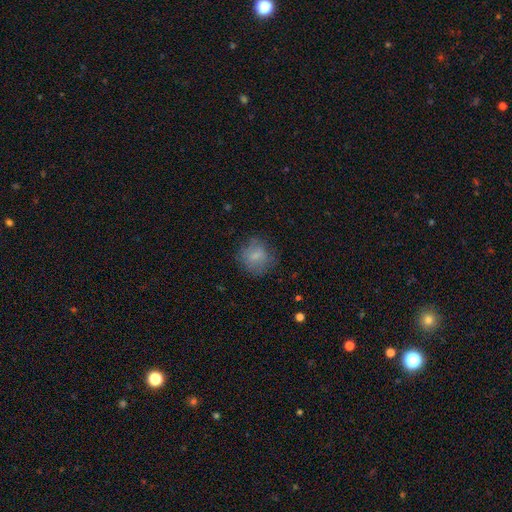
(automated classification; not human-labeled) Q: Smooth or featured?
A: smooth (73%); runner-up: featured or disk (17%)
Q: How rounded?
A: round (80%); runner-up: in between (19%)
Q: Merging?
A: none (69%); runner-up: minor disturbance (20%)